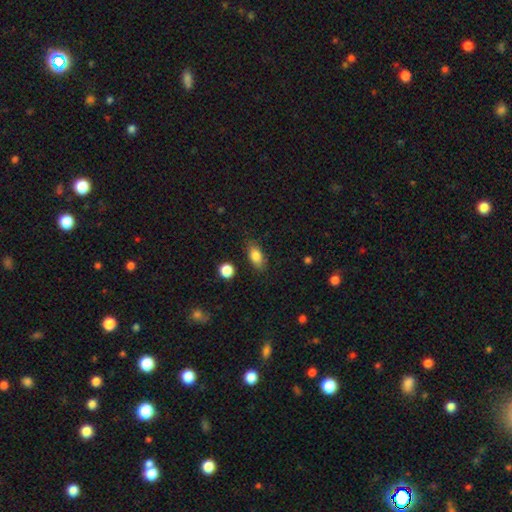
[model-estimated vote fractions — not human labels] A smooth galaxy with no disk features (82%) that is in between round and cigar-shaped (85%). Merging: none (81%).